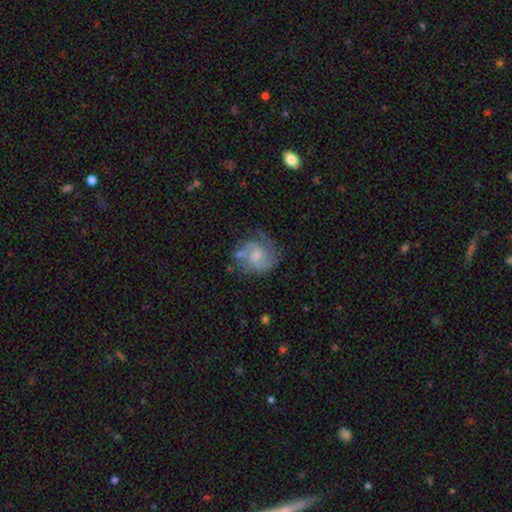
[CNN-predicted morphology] Smooth or featured? Predicted: featured or disk (p=0.65). Edge-on disk? Predicted: no (p=0.98). Bar? Predicted: no (p=0.55). Spiral arms? Predicted: yes (p=0.83). Spiral winding? Predicted: medium (p=0.47). Spiral arm count? Predicted: 2 (p=0.50). Bulge size? Predicted: small (p=0.49). Merging? Predicted: none (p=0.55).